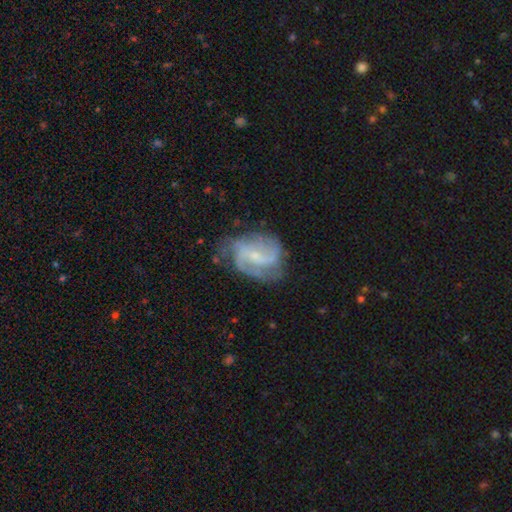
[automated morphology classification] This is clearly a featured or disk galaxy (83%). It is clearly not viewed edge-on (98%). Bar: possibly weak (49%). Spiral arm pattern: clearly yes (95%). Spiral arm count: marginally 2 (44%). Spiral winding: possibly medium (49%). Central bulge: likely small (67%). Merging: likely none (61%).